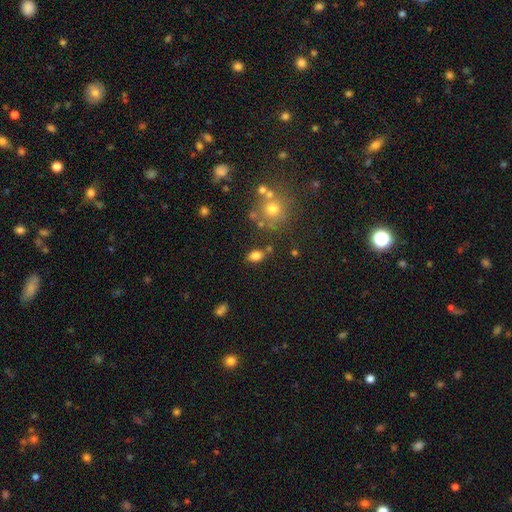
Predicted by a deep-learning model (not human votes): Smooth or featured? Predicted: smooth (p=0.78). How rounded? Predicted: in between (p=0.81). Merging? Predicted: none (p=0.75).